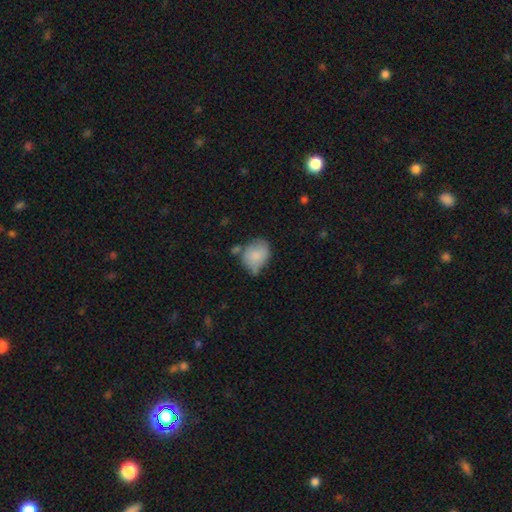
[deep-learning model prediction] Q: Smooth or featured?
A: smooth (80%); runner-up: featured or disk (12%)
Q: How rounded?
A: in between (59%); runner-up: round (40%)
Q: Merging?
A: none (39%); runner-up: minor disturbance (36%)